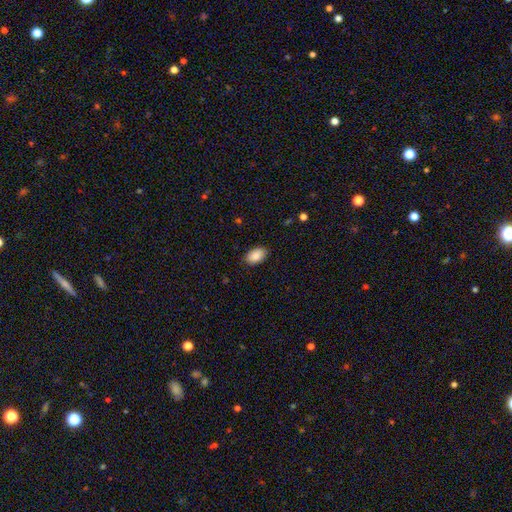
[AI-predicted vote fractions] A smooth galaxy with no disk features (86%) that is in between round and cigar-shaped (91%).

Vote fractions:
- Smooth or featured? smooth: 86% / star or artifact: 7% / featured or disk: 7%
- How rounded? in between: 91% / round: 8% / cigar-shaped: 1%
- Merging? none: 86% / minor disturbance: 11% / major disturbance: 2% / merger: 1%